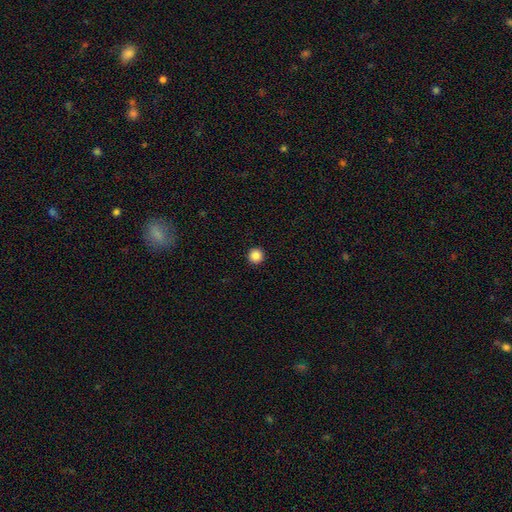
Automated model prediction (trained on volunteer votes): Smooth or featured? smooth (86%)
How rounded? round (97%)
Merging? none (94%)